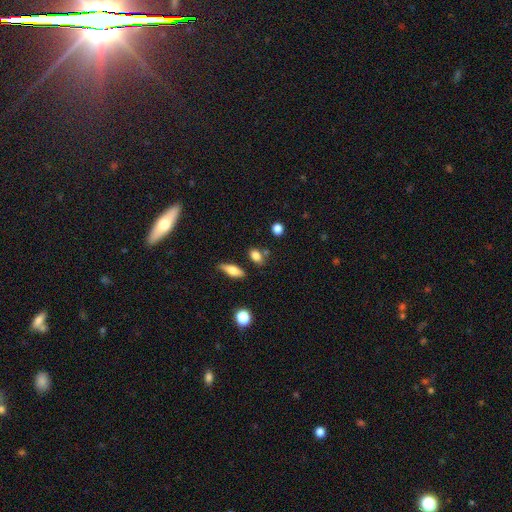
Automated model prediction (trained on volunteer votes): smooth-or-featured: smooth: 81% | star or artifact: 11% | featured or disk: 9%
  how-rounded: in between: 68% | round: 25% | cigar-shaped: 8%
  merging: none: 70% | minor disturbance: 15% | merger: 11% | major disturbance: 4%